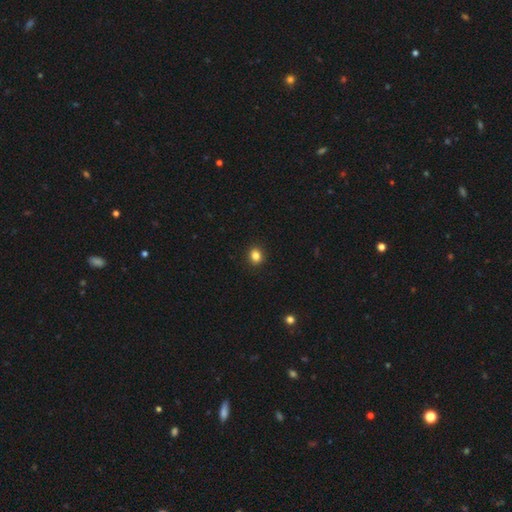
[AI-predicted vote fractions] Smooth or featured? Predicted: smooth (p=0.84). How rounded? Predicted: round (p=0.71). Merging? Predicted: none (p=0.92).